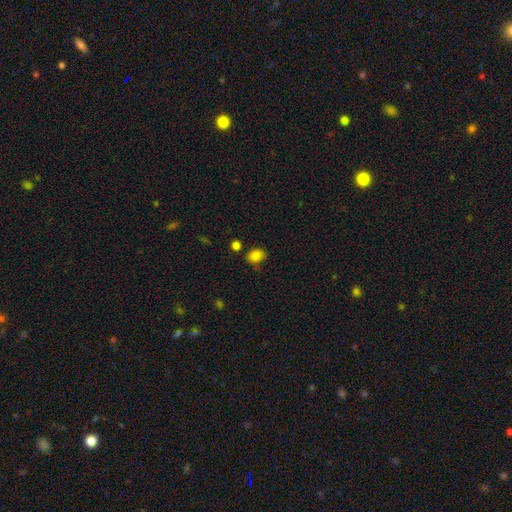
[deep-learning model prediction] smooth_or_featured: smooth (p=0.83) [alt: star or artifact p=0.11]
how_rounded: in between (p=0.57) [alt: round p=0.42]
merging: none (p=0.73) [alt: minor disturbance p=0.17]